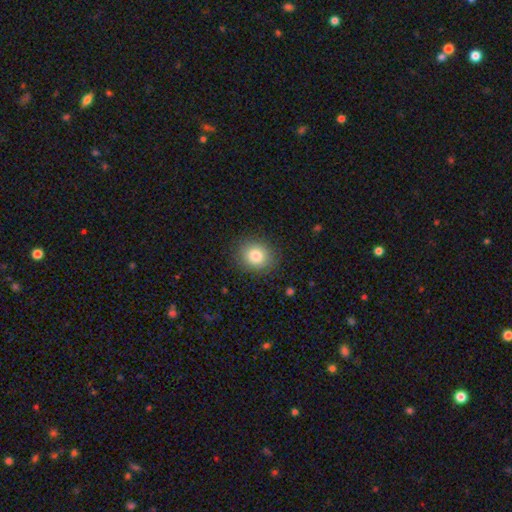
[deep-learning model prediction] smooth-or-featured: smooth: 83% | star or artifact: 10% | featured or disk: 8%
  how-rounded: round: 69% | in between: 30% | cigar-shaped: 1%
  merging: none: 87% | minor disturbance: 9% | major disturbance: 3% | merger: 1%